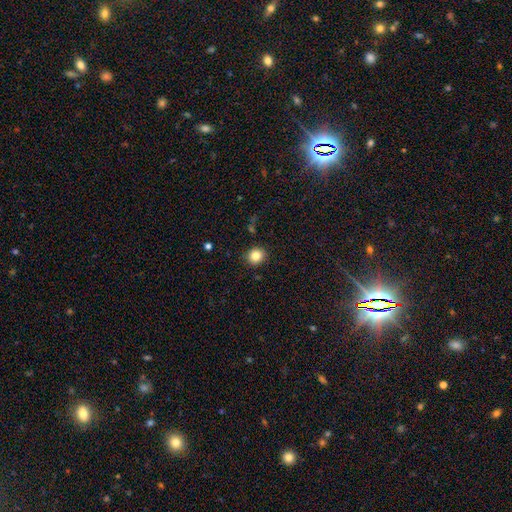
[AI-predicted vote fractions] smooth 83%, star or artifact 11%, featured or disk 6%. Down the decision tree: how rounded — round (85%); merging — none (89%).